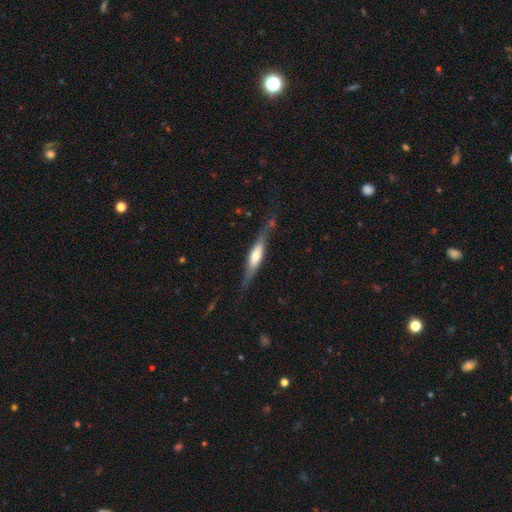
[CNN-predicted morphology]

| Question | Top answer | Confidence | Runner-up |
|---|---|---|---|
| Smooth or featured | featured or disk | 57% | smooth (38%) |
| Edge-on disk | yes | 87% | no (13%) |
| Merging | none | 70% | minor disturbance (20%) |